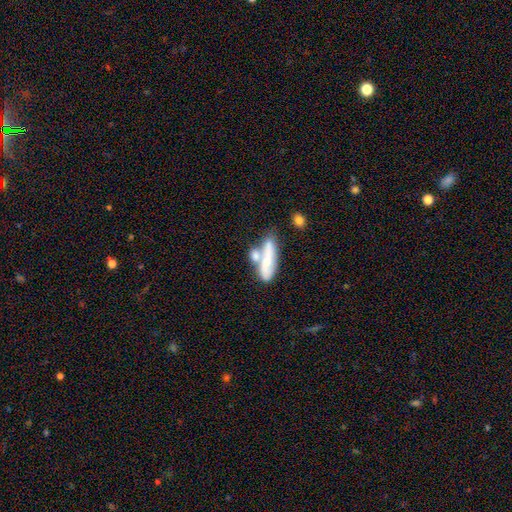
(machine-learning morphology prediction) smooth 56%, featured or disk 37%, star or artifact 8%. Down the decision tree: how rounded — in between (53%); merging — merger (50%).